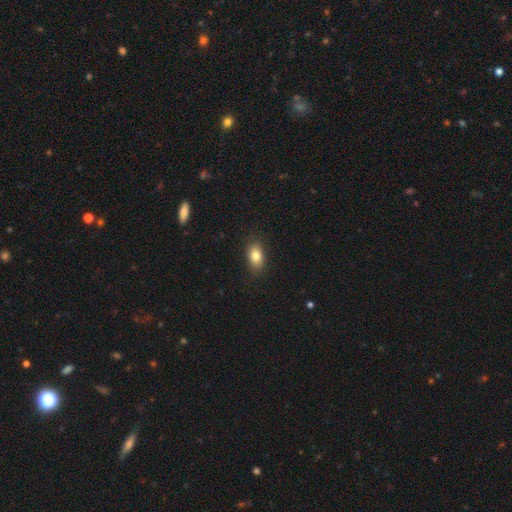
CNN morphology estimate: Overall: smooth (83%). How rounded: in between (87%). Merging: none (86%).